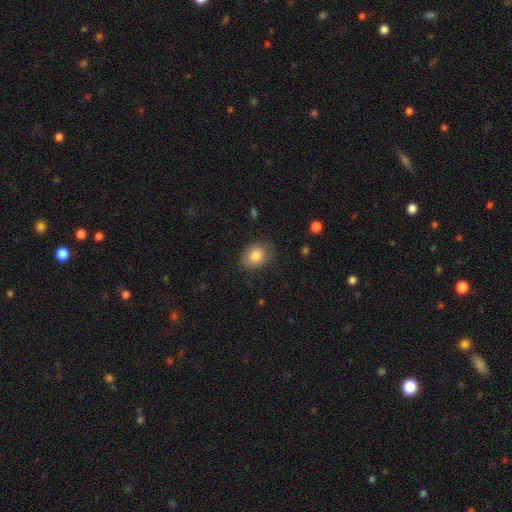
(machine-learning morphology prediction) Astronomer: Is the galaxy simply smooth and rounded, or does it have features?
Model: smooth — 82%.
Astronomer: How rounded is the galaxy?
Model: in between — 65%.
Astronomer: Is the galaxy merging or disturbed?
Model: none — 77%.